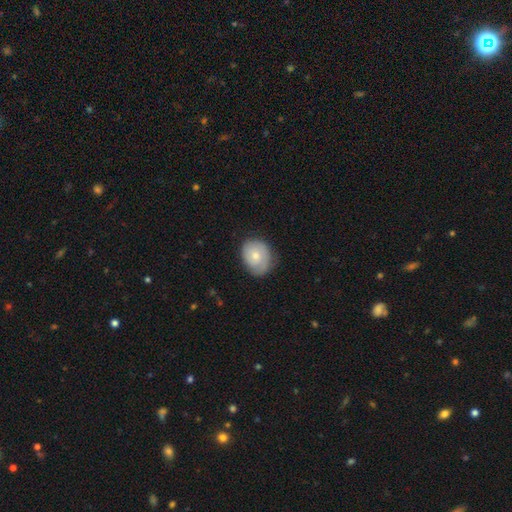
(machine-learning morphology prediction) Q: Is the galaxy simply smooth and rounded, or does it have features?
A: smooth — 54%.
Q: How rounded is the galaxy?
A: round — 54%.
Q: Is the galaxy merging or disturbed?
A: none — 71%.